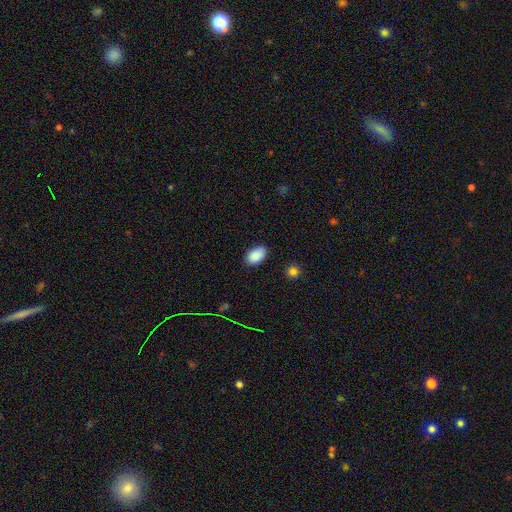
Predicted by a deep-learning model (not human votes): smooth-or-featured: smooth: 89% | star or artifact: 7% | featured or disk: 3%
  how-rounded: in between: 93% | round: 6% | cigar-shaped: 1%
  merging: none: 85% | minor disturbance: 12% | major disturbance: 2% | merger: 1%